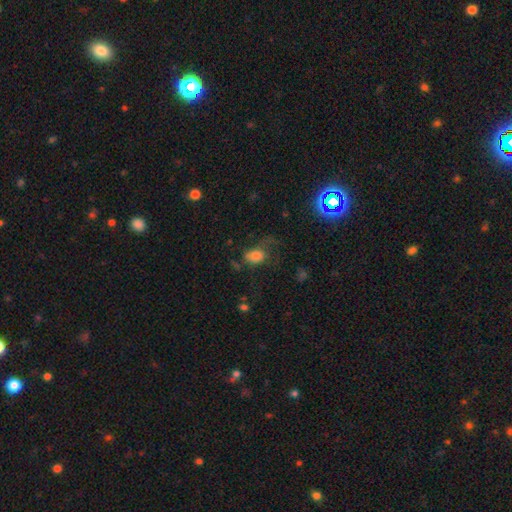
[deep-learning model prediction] Morphology: type=smooth (70%); roundness=in between (74%); merging=major disturbance (40%).